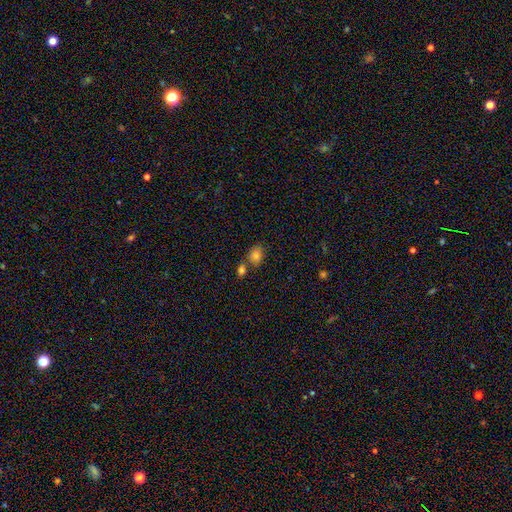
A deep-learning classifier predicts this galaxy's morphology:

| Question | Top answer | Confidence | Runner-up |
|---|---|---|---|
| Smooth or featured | smooth | 77% | star or artifact (15%) |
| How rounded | in between | 59% | round (40%) |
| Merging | none | 63% | merger (22%) |